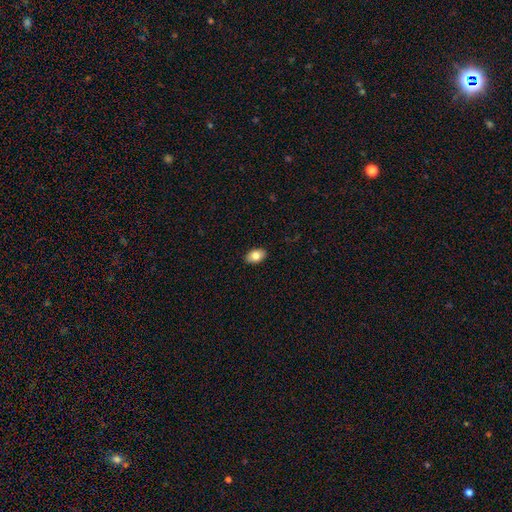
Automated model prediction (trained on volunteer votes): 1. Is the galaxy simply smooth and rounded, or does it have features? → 81% smooth, 11% featured or disk, 7% star or artifact.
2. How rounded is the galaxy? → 90% in between, 8% round, 1% cigar-shaped.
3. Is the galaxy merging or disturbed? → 90% none, 8% minor disturbance, 2% major disturbance, 1% merger.